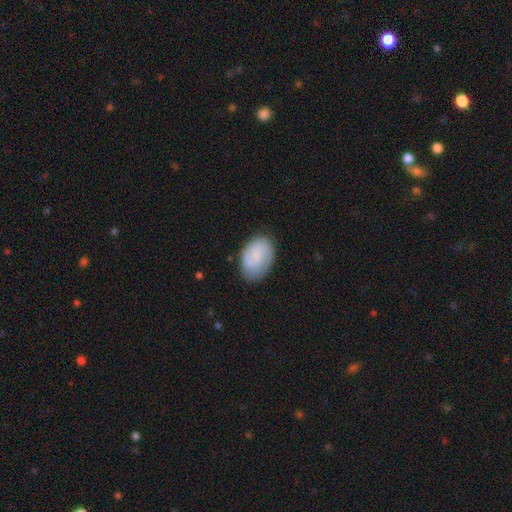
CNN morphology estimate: This is likely a smooth galaxy (63%). How rounded: clearly in between (88%). Merging: likely none (78%).